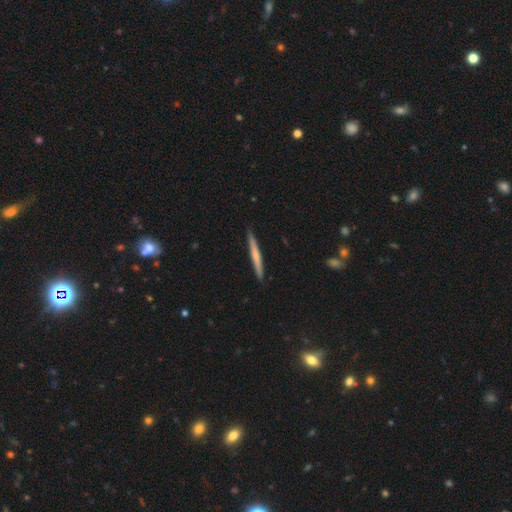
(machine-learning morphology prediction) Q: Smooth or featured?
A: smooth (54%); runner-up: featured or disk (41%)
Q: How rounded?
A: cigar-shaped (97%); runner-up: in between (2%)
Q: Merging?
A: none (91%); runner-up: minor disturbance (6%)